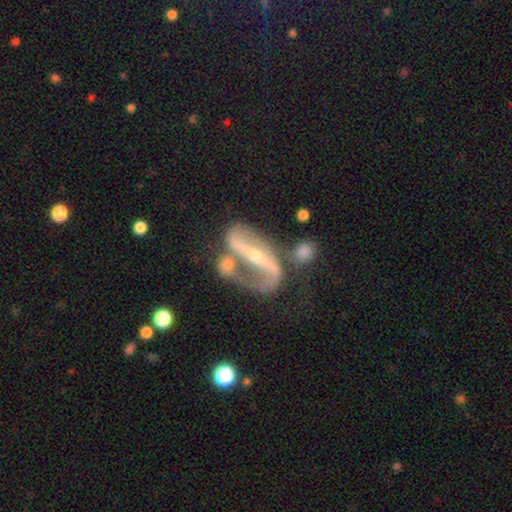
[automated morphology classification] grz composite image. It shows a featured or disk galaxy (87%) with a strong bar (74%), 2 (82%) loose (45%) spiral arms (86%) and a small central bulge (64%). Merging: none (45%).